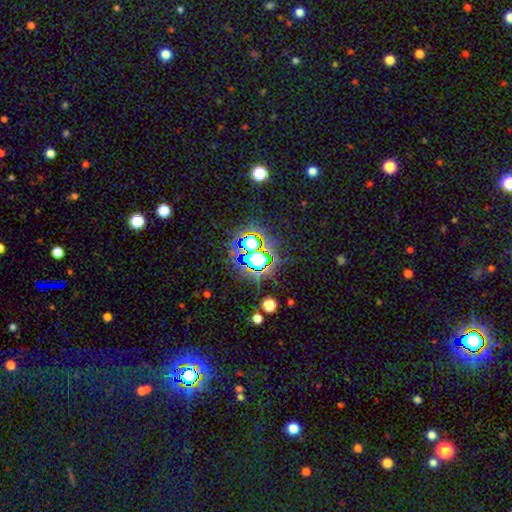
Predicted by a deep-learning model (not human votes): A star or artifact, not a galaxy (69%).